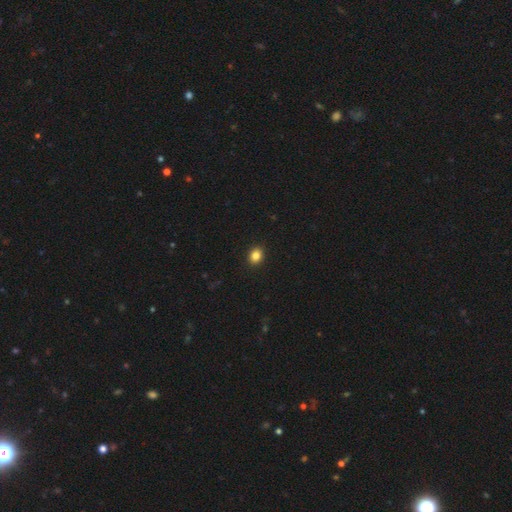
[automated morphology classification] Smooth or featured? smooth (85%)
How rounded? round (53%)
Merging? none (92%)